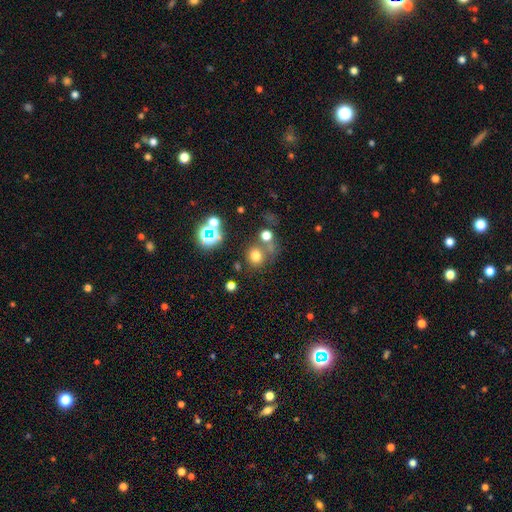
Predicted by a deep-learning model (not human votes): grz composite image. It shows a smooth galaxy with no disk features (68%) that is round (86%). Merging: none (65%).